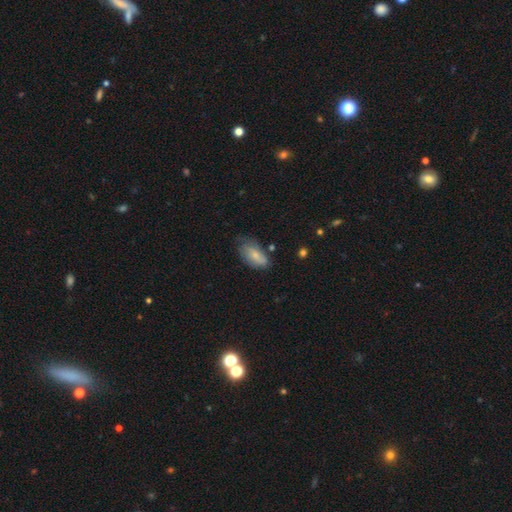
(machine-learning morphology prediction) Smooth or featured?
  - smooth: 70% *
  - featured or disk: 23%
  - star or artifact: 7%
How rounded?
  - in between: 91% *
  - cigar-shaped: 5%
  - round: 4%
Merging?
  - none: 49% *
  - minor disturbance: 35%
  - major disturbance: 12%
  - merger: 4%